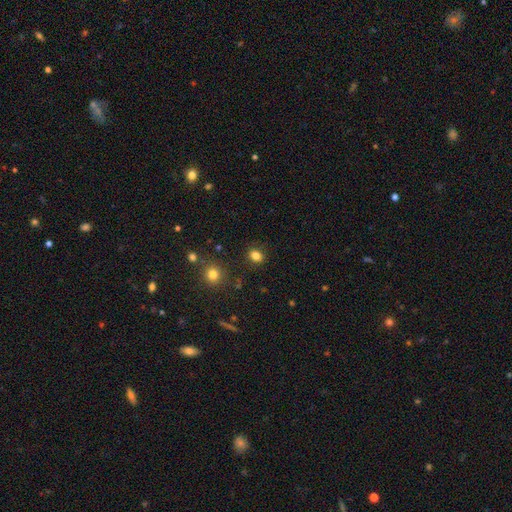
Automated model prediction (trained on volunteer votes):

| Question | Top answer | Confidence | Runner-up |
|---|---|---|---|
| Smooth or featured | smooth | 82% | star or artifact (13%) |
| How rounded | round | 57% | in between (42%) |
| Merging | none | 86% | minor disturbance (9%) |